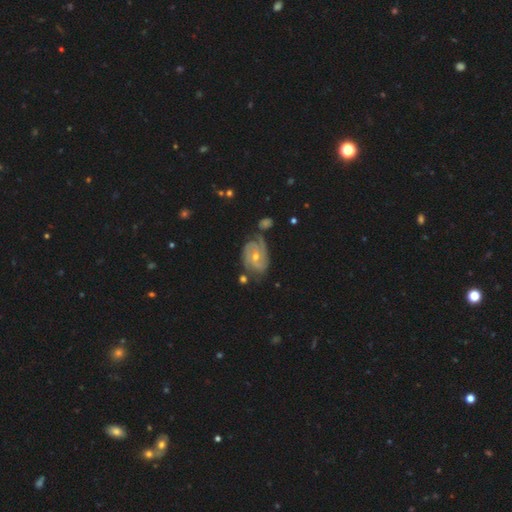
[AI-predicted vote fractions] Smooth or featured: featured or disk — 81% (smooth — 11%)
Edge-on disk: no — 97% (yes — 3%)
Bar: no — 61% (weak — 31%)
Spiral arms: yes — 94% (no — 6%)
Spiral winding: tight — 64% (medium — 29%)
Spiral arm count: 2 — 37% (3 — 24%)
Bulge size: moderate — 49% (small — 48%)
Merging: none — 59% (minor disturbance — 22%)